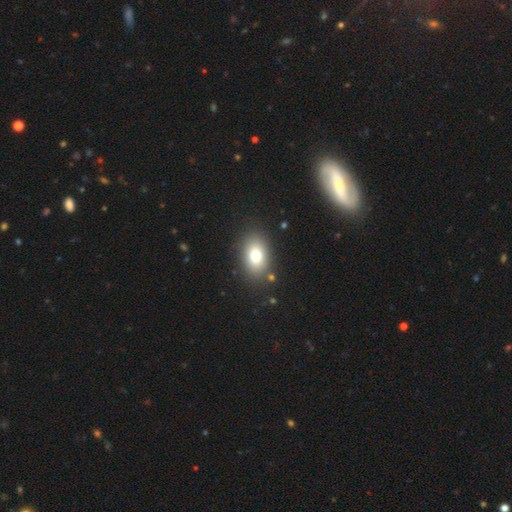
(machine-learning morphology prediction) smooth_or_featured: smooth (p=0.76) [alt: featured or disk p=0.14]
how_rounded: in between (p=0.84) [alt: round p=0.14]
merging: none (p=0.85) [alt: minor disturbance p=0.09]